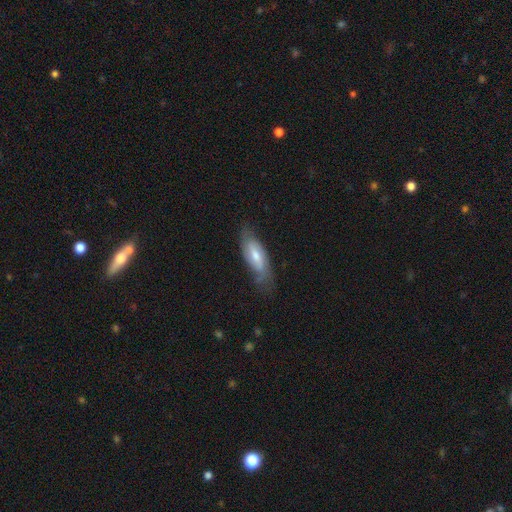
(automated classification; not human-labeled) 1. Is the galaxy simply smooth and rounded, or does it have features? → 50% featured or disk, 44% smooth, 6% star or artifact.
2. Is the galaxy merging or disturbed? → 64% none, 26% minor disturbance, 9% major disturbance, 2% merger.